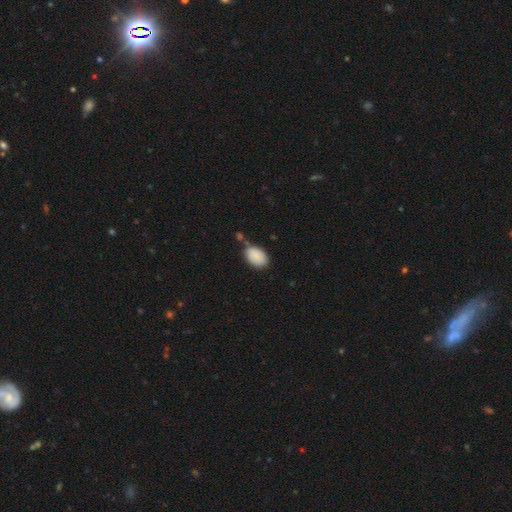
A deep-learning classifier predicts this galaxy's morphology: Smooth or featured? Predicted: smooth (p=0.88). How rounded? Predicted: in between (p=0.89). Merging? Predicted: none (p=0.66).